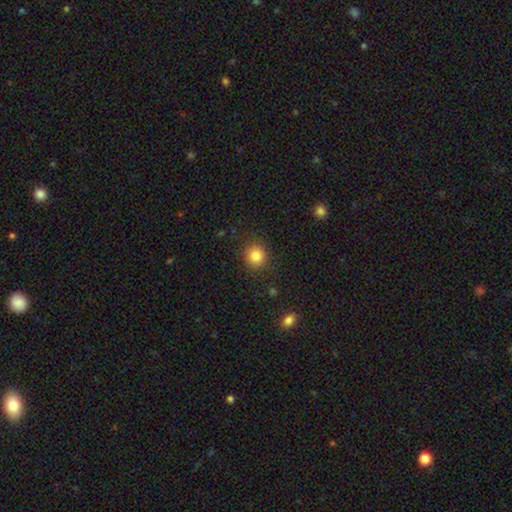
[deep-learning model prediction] Smooth or featured?
  - smooth: 83% *
  - star or artifact: 11%
  - featured or disk: 6%
How rounded?
  - round: 89% *
  - in between: 10%
  - cigar-shaped: 1%
Merging?
  - none: 88% *
  - minor disturbance: 8%
  - major disturbance: 3%
  - merger: 1%